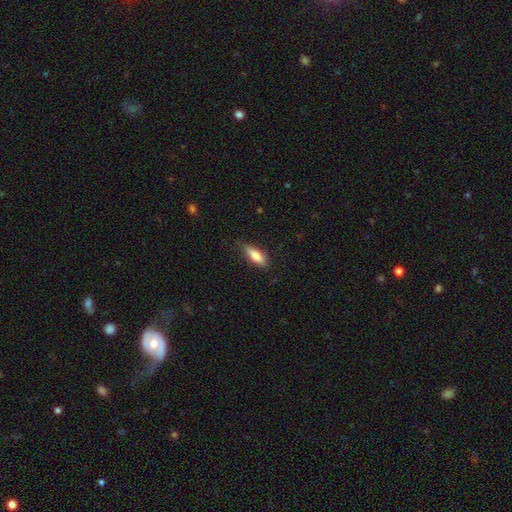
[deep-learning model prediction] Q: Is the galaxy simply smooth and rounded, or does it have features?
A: smooth — 78%.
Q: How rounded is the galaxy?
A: in between — 60%.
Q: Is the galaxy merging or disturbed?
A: none — 82%.